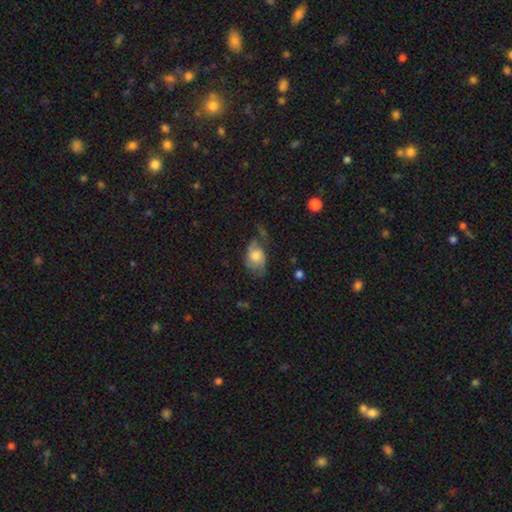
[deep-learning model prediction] Morphology: type=smooth (58%); roundness=in between (79%); merging=none (33%, tied with major disturbance).